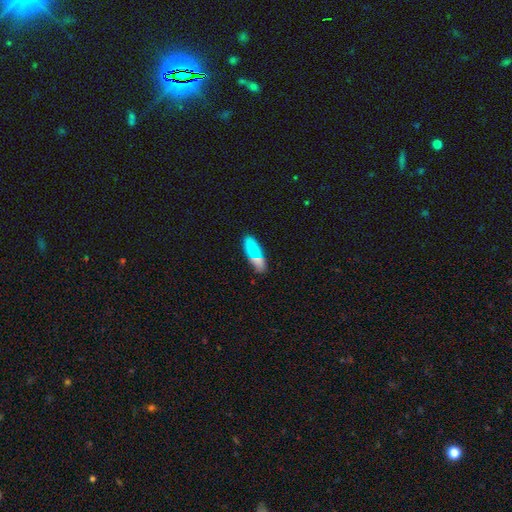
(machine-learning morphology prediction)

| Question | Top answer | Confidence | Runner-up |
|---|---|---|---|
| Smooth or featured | smooth | 76% | star or artifact (12%) |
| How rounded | in between | 74% | cigar-shaped (22%) |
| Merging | none | 79% | minor disturbance (13%) |